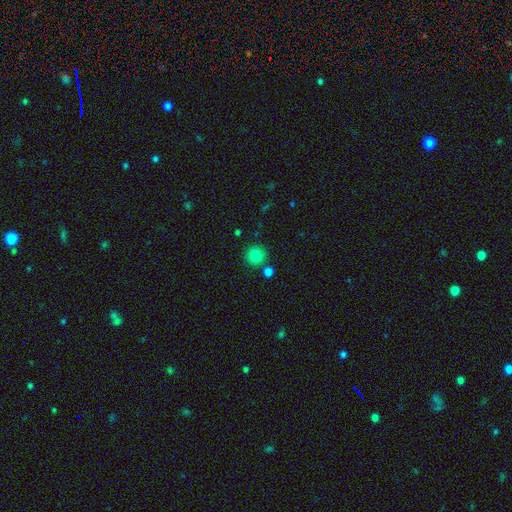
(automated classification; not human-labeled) Smooth or featured?
  - smooth: 83% *
  - star or artifact: 11%
  - featured or disk: 6%
How rounded?
  - round: 93% *
  - in between: 6%
  - cigar-shaped: 1%
Merging?
  - none: 81% *
  - merger: 9%
  - minor disturbance: 8%
  - major disturbance: 2%